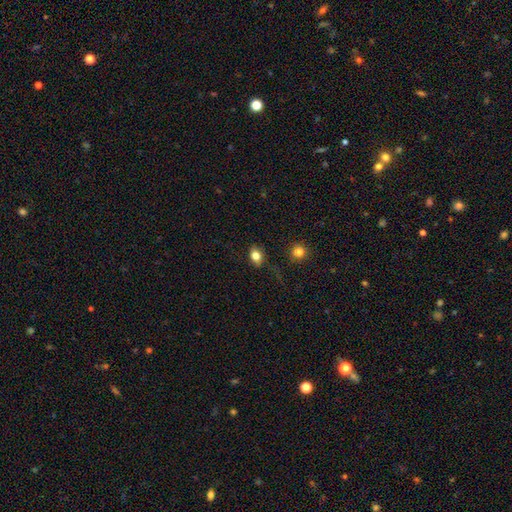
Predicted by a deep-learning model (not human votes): smooth 81%, star or artifact 11%, featured or disk 8%. Down the decision tree: how rounded — in between (67%); merging — none (81%).